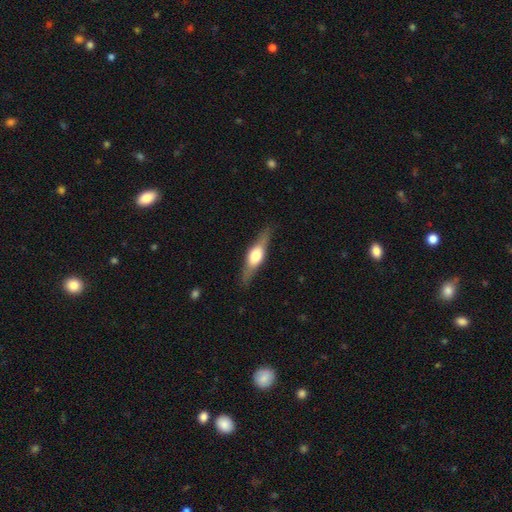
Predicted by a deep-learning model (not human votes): A featured or disk galaxy (62%) viewed edge-on (94%) with a rounded central bulge (90%).

Vote fractions:
- Smooth or featured? featured or disk: 62% / smooth: 32% / star or artifact: 5%
- Edge-on disk? yes: 94% / no: 6%
- Edge-on bulge? rounded: 90% / boxy: 8% / none: 2%
- Merging? none: 86% / minor disturbance: 10% / major disturbance: 3% / merger: 1%